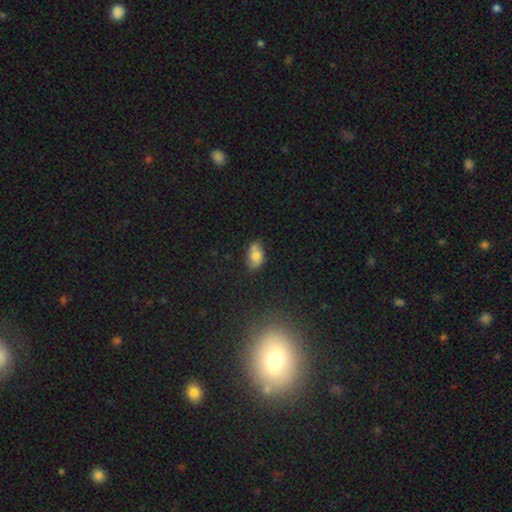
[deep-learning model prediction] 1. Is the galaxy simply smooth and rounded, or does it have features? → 63% smooth, 26% featured or disk, 11% star or artifact.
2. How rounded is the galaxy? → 86% in between, 11% round, 2% cigar-shaped.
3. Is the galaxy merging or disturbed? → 53% none, 29% minor disturbance, 10% merger, 8% major disturbance.